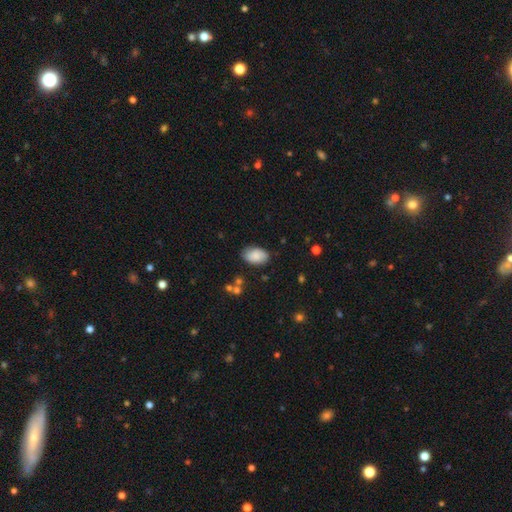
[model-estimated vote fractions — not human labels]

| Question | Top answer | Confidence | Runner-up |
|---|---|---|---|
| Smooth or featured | smooth | 82% | featured or disk (11%) |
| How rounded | in between | 92% | round (7%) |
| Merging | none | 80% | minor disturbance (15%) |